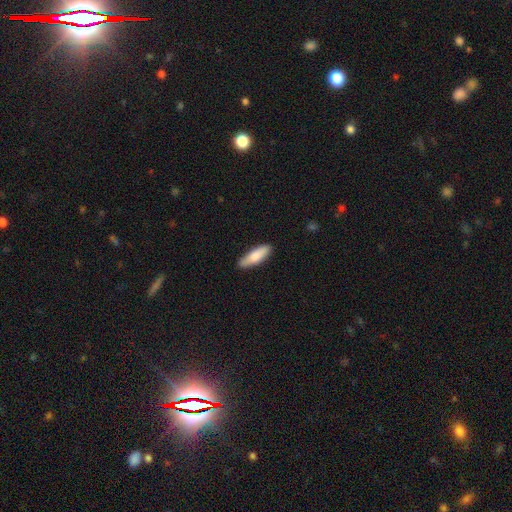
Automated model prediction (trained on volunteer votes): Q: Smooth or featured?
A: smooth (79%); runner-up: featured or disk (16%)
Q: How rounded?
A: cigar-shaped (53%); runner-up: in between (46%)
Q: Merging?
A: none (86%); runner-up: minor disturbance (11%)